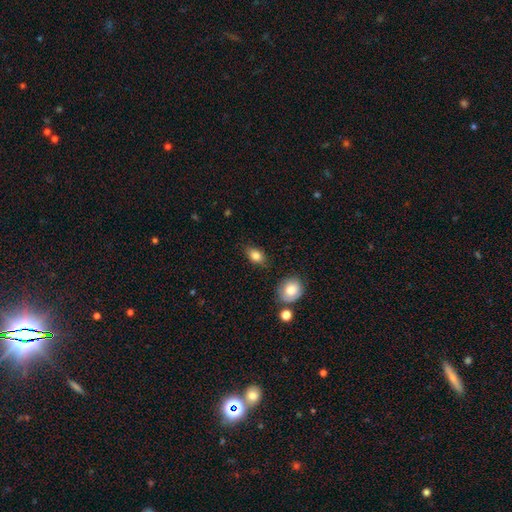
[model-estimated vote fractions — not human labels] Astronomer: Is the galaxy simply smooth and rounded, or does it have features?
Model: smooth — 83%.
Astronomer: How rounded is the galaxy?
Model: in between — 79%.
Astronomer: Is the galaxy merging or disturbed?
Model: none — 82%.